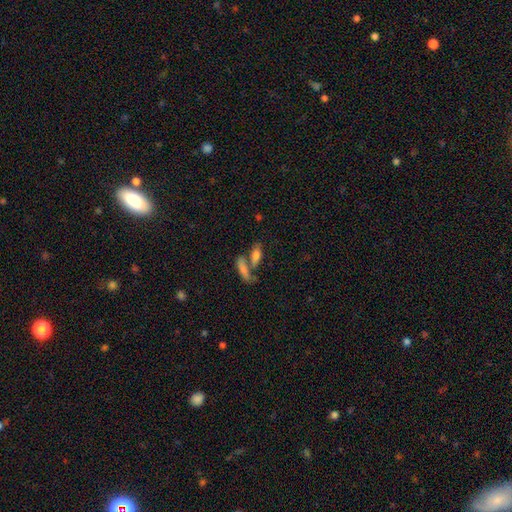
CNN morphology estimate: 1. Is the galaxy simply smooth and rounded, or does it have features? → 72% smooth, 20% featured or disk, 9% star or artifact.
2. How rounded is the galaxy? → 65% in between, 31% cigar-shaped, 4% round.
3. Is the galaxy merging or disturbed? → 43% none, 41% merger, 10% minor disturbance, 6% major disturbance.